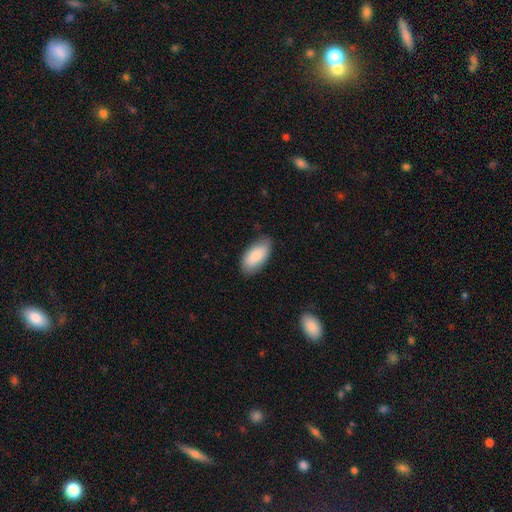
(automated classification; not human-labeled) Smooth or featured? smooth (82%)
How rounded? in between (94%)
Merging? none (80%)